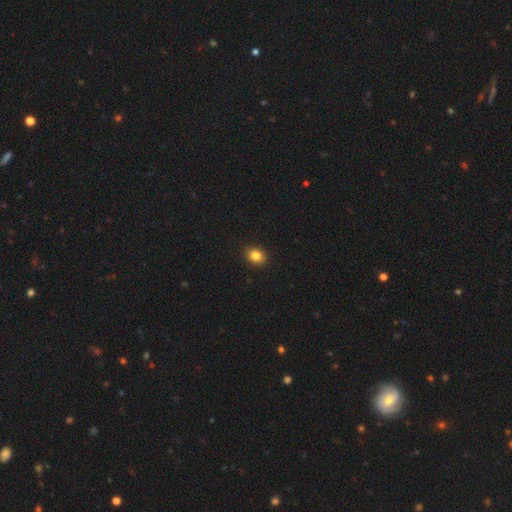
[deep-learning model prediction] smooth_or_featured: smooth (p=0.84) [alt: star or artifact p=0.10]
how_rounded: in between (p=0.51) [alt: round p=0.48]
merging: none (p=0.91) [alt: minor disturbance p=0.06]